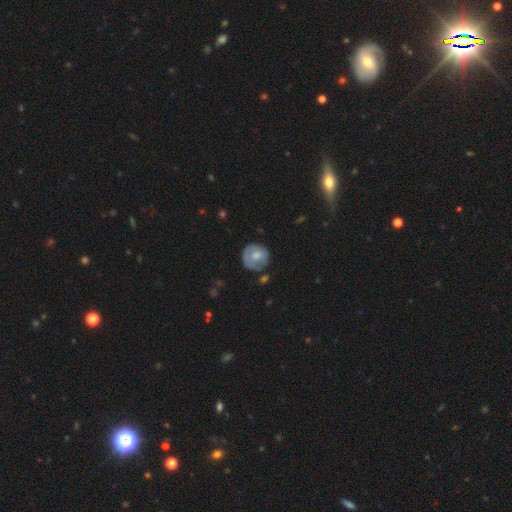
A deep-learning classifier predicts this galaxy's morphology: Smooth or featured? Predicted: smooth (p=0.61). How rounded? Predicted: round (p=0.89). Merging? Predicted: none (p=0.65).